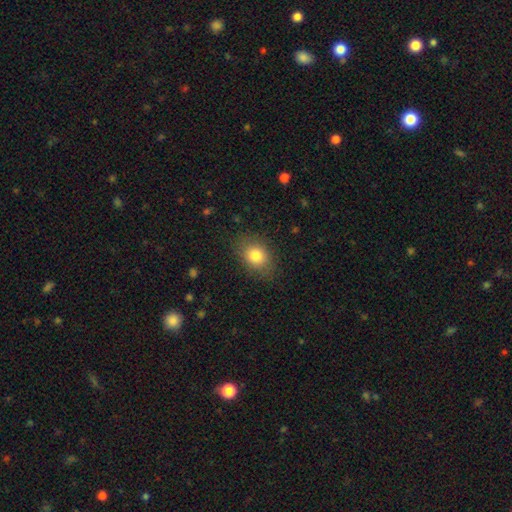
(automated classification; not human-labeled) Morphology: type=smooth (80%); roundness=in between (65%); merging=none (83%).